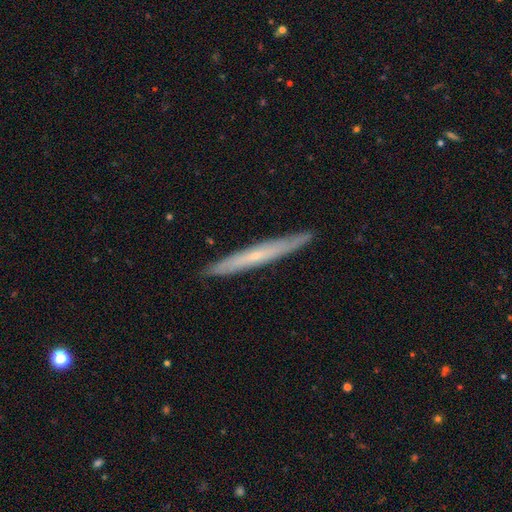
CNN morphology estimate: A featured or disk galaxy (60%) viewed edge-on (91%) with no central bulge (56%).

Vote fractions:
- Smooth or featured? featured or disk: 60% / smooth: 34% / star or artifact: 6%
- Edge-on disk? yes: 91% / no: 9%
- Edge-on bulge? none: 56% / rounded: 42% / boxy: 2%
- Merging? none: 90% / minor disturbance: 7% / major disturbance: 1% / merger: 1%